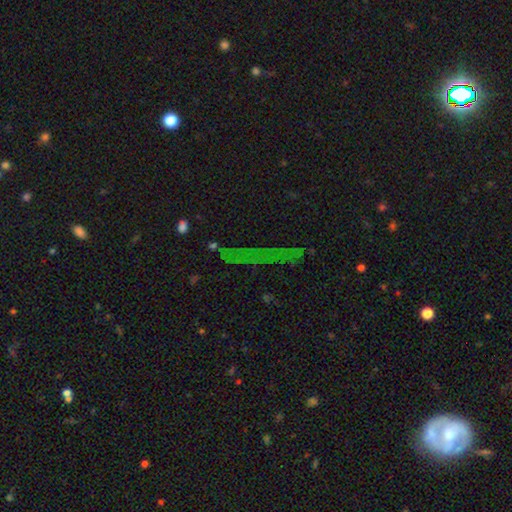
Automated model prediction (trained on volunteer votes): Q: Smooth or featured?
A: star or artifact (66%); runner-up: featured or disk (19%)